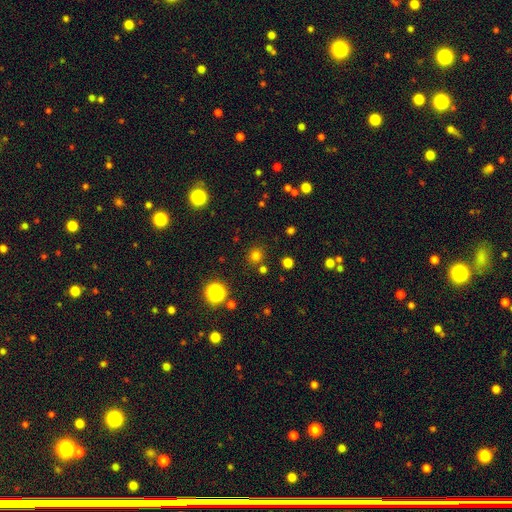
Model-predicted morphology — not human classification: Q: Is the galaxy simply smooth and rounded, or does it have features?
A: smooth — 73%.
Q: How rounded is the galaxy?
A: round — 91%.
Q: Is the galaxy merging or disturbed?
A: none — 83%.